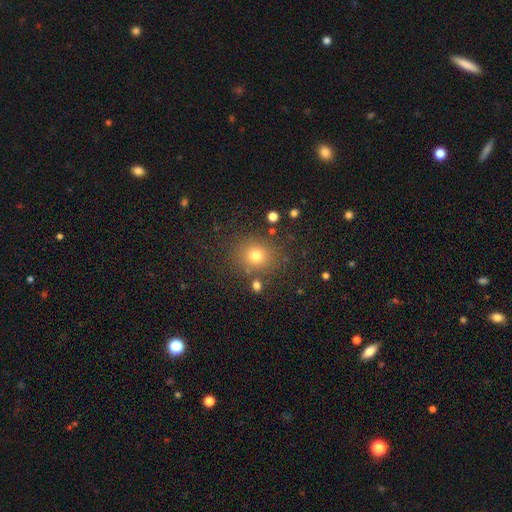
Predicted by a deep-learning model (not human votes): Smooth or featured? smooth (75%)
How rounded? round (78%)
Merging? none (82%)